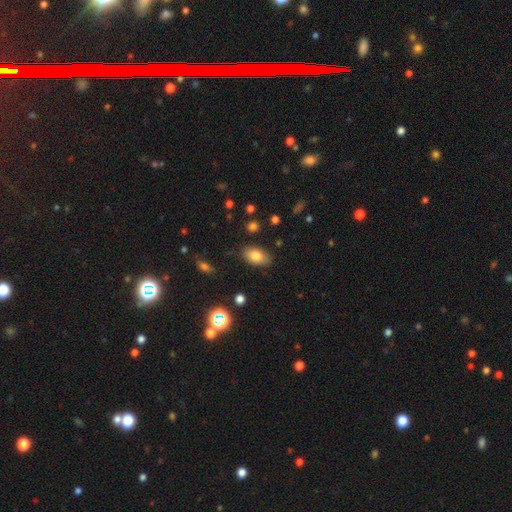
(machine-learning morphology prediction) Smooth or featured?
  - smooth: 81% *
  - featured or disk: 10%
  - star or artifact: 9%
How rounded?
  - in between: 91% *
  - round: 7%
  - cigar-shaped: 2%
Merging?
  - none: 82% *
  - minor disturbance: 13%
  - major disturbance: 3%
  - merger: 2%